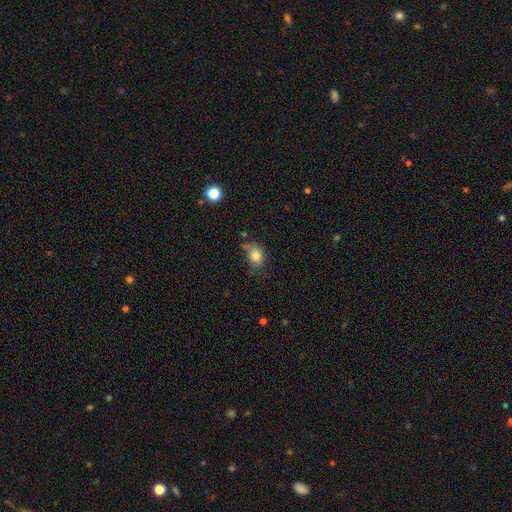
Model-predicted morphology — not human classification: Q: Smooth or featured?
A: smooth (80%); runner-up: star or artifact (10%)
Q: How rounded?
A: in between (62%); runner-up: round (37%)
Q: Merging?
A: none (52%); runner-up: minor disturbance (32%)